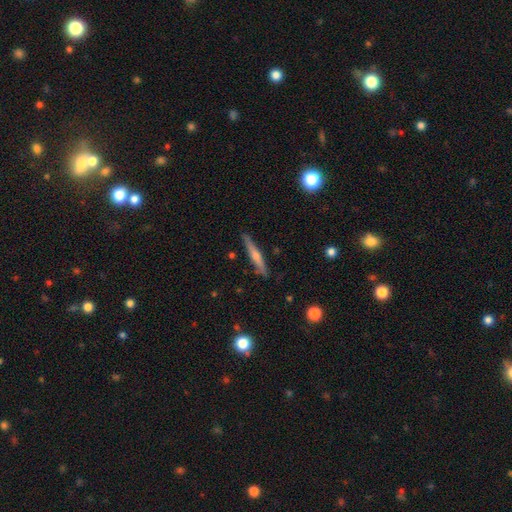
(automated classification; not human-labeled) Smooth or featured: featured or disk — 56% (smooth — 37%)
Edge-on disk: yes — 95% (no — 5%)
Edge-on bulge: rounded — 68% (none — 26%)
Merging: none — 87% (minor disturbance — 10%)